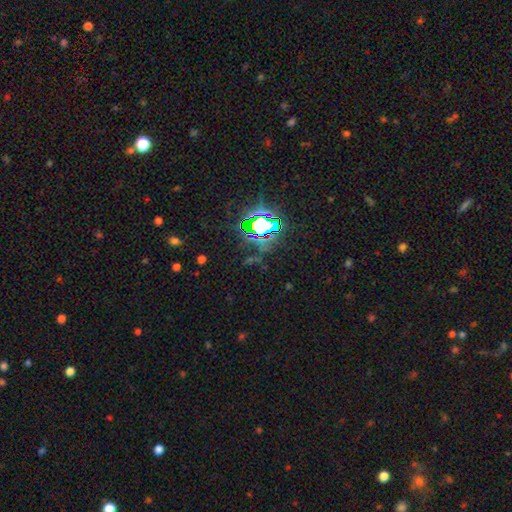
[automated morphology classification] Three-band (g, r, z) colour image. It shows a star or artifact, not a galaxy (80%).